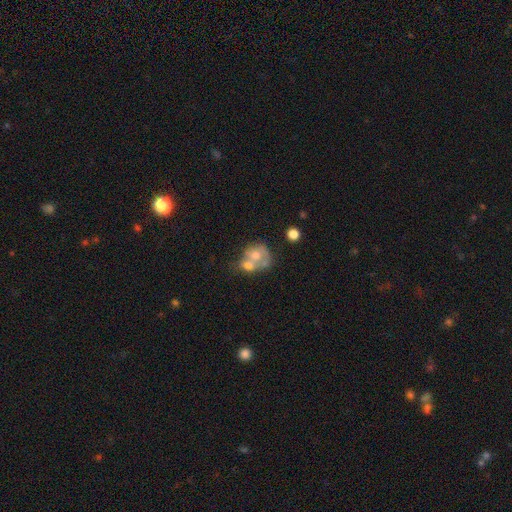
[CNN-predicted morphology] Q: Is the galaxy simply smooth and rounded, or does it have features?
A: smooth — 54%.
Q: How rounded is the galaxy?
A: round — 63%.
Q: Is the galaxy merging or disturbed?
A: merger — 67%.